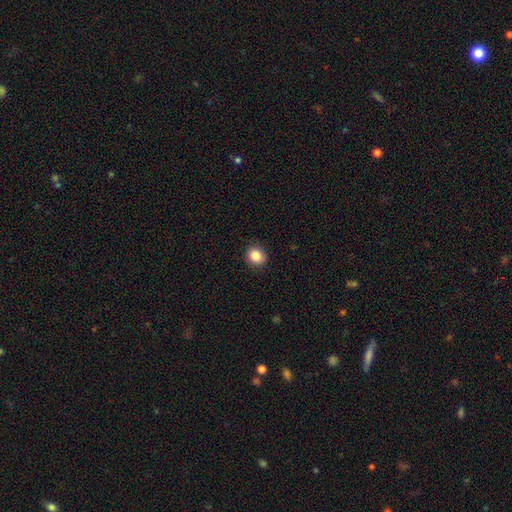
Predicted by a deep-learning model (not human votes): Smooth or featured? smooth (86%)
How rounded? round (70%)
Merging? none (89%)